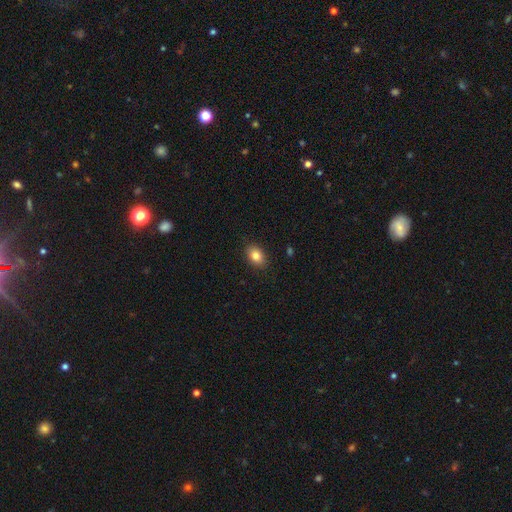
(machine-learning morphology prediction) This is clearly a smooth galaxy (84%). How rounded: likely in between (78%). Merging: clearly none (88%).